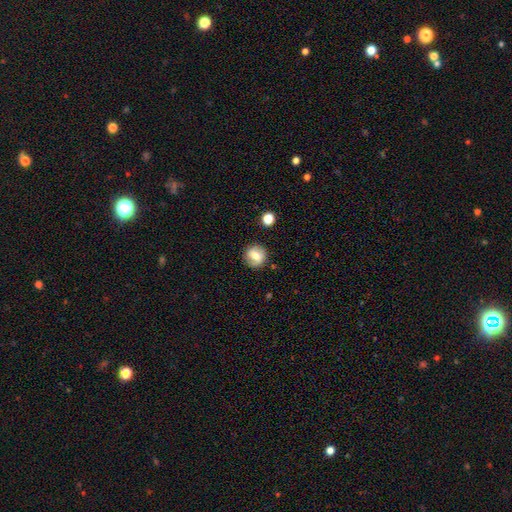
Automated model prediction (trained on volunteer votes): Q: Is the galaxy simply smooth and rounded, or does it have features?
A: smooth — 67%.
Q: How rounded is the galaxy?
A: round — 85%.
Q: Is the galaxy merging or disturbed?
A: none — 81%.